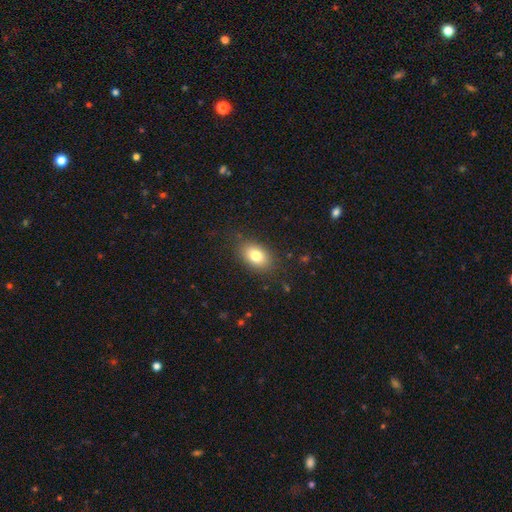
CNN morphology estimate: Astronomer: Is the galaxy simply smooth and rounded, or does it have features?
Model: smooth — 80%.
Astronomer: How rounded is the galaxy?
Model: in between — 83%.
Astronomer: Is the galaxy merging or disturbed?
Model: none — 82%.